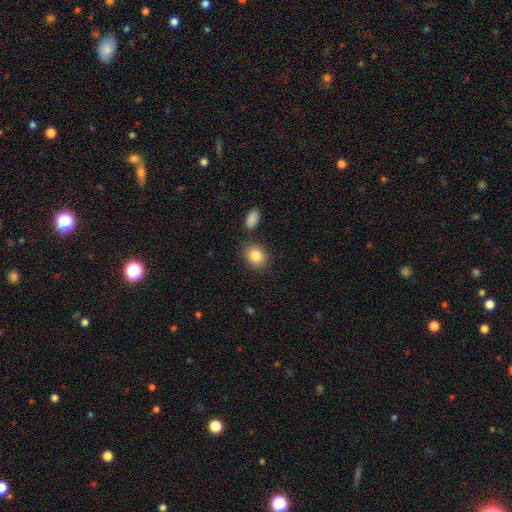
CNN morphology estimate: Smooth or featured? smooth (84%)
How rounded? in between (57%)
Merging? none (78%)